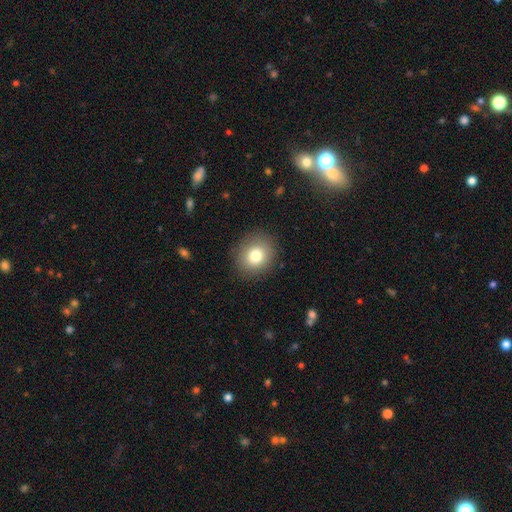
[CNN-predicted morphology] smooth 79%, featured or disk 11%, star or artifact 10%. Down the decision tree: how rounded — round (80%); merging — none (88%).